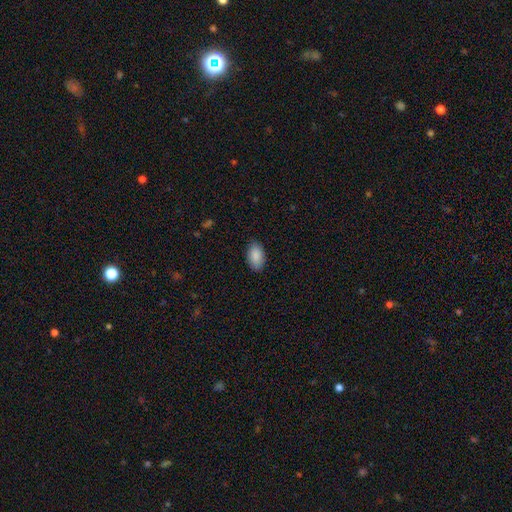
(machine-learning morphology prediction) Smooth or featured? Predicted: smooth (p=0.89). How rounded? Predicted: in between (p=0.94). Merging? Predicted: none (p=0.86).